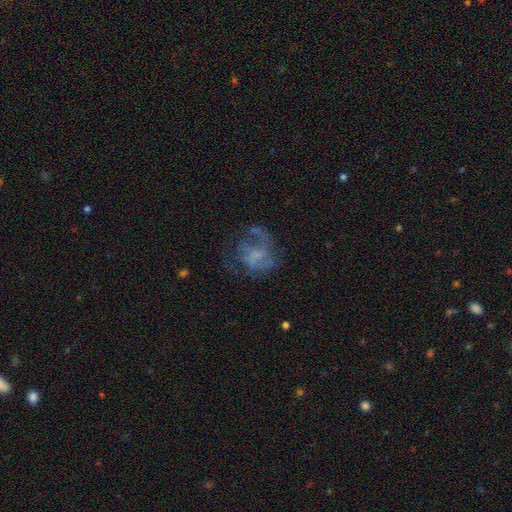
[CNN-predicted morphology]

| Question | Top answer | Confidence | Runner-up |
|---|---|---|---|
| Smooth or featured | featured or disk | 55% | smooth (32%) |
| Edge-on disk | no | 98% | yes (2%) |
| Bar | no | 73% | weak (23%) |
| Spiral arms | no | 58% | yes (42%) |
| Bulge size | none | 48% | small (30%) |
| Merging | none | 41% | major disturbance (37%) |